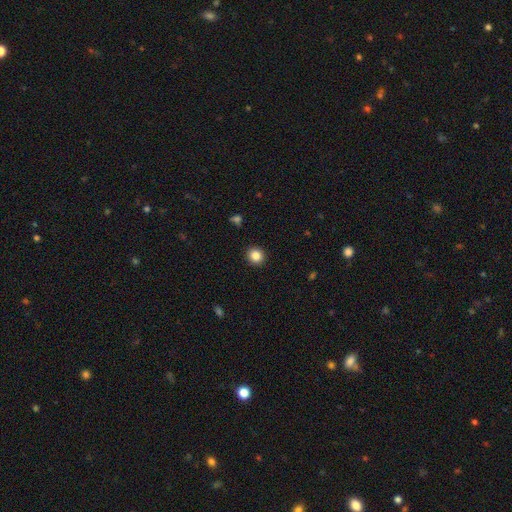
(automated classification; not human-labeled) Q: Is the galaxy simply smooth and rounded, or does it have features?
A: smooth — 85%.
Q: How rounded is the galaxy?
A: round — 89%.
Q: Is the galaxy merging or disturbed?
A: none — 92%.